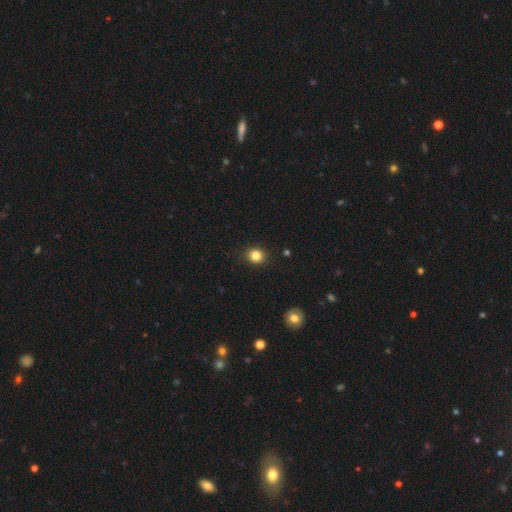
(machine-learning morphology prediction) Smooth or featured: smooth — 84% (star or artifact — 12%)
How rounded: round — 81% (in between — 18%)
Merging: none — 90% (minor disturbance — 7%)